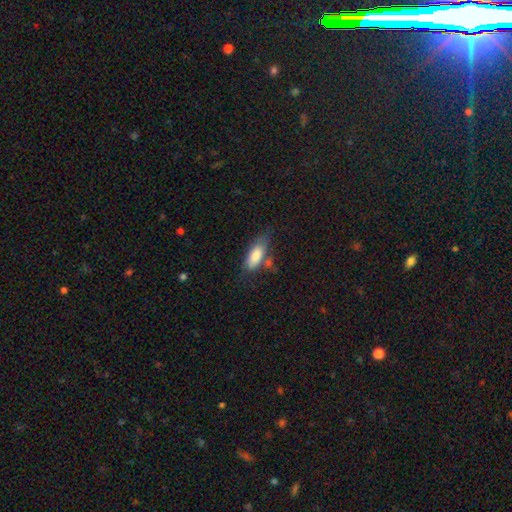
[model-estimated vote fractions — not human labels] smooth 82%, featured or disk 12%, star or artifact 7%. Down the decision tree: how rounded — in between (79%); merging — none (53%).